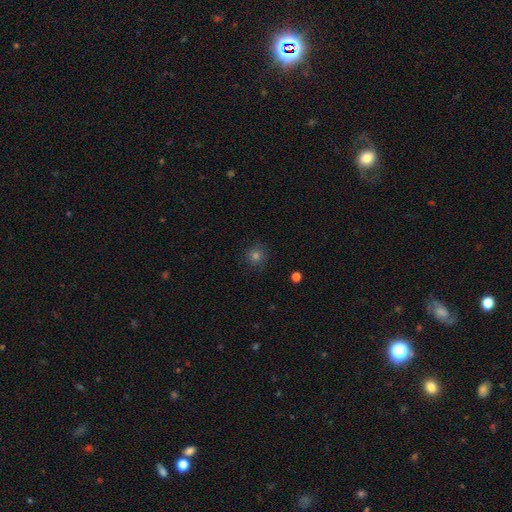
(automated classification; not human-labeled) Q: Smooth or featured?
A: smooth (72%); runner-up: star or artifact (21%)
Q: How rounded?
A: round (94%); runner-up: in between (5%)
Q: Merging?
A: none (89%); runner-up: minor disturbance (8%)